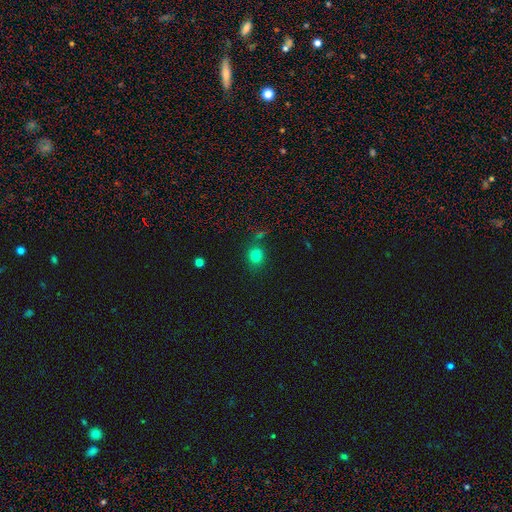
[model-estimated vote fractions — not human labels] smooth 79%, star or artifact 15%, featured or disk 6%. Down the decision tree: how rounded — round (79%); merging — none (78%).